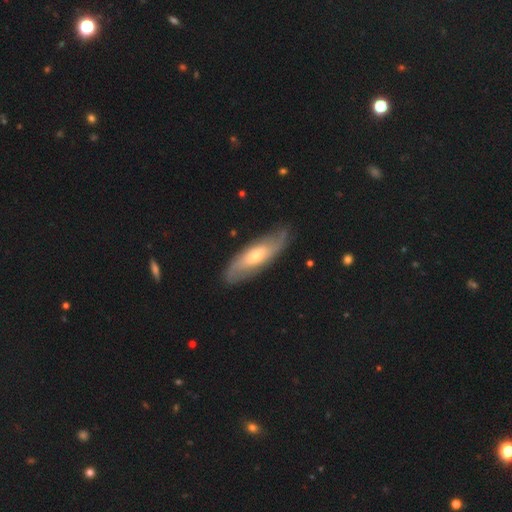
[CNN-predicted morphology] Q: Smooth or featured?
A: featured or disk (63%); runner-up: smooth (31%)
Q: Edge-on disk?
A: no (75%); runner-up: yes (25%)
Q: Merging?
A: none (79%); runner-up: minor disturbance (16%)